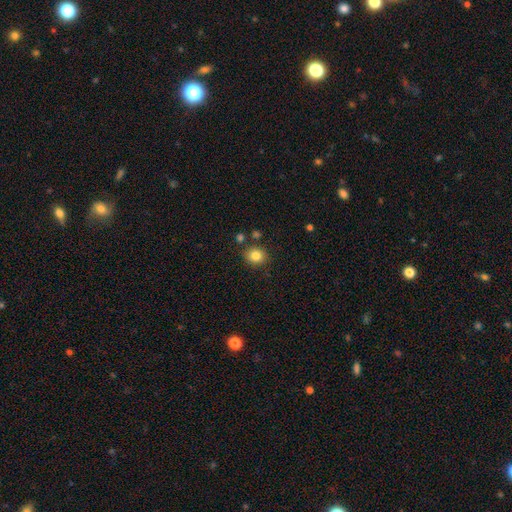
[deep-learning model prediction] smooth-or-featured: smooth: 83% | star or artifact: 11% | featured or disk: 6%
  how-rounded: round: 78% | in between: 21% | cigar-shaped: 1%
  merging: none: 82% | minor disturbance: 10% | merger: 5% | major disturbance: 3%